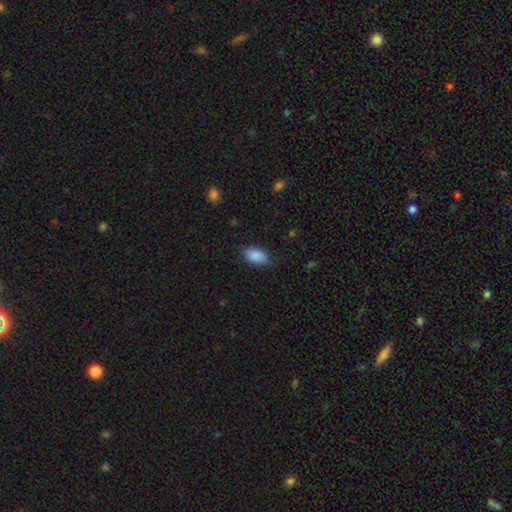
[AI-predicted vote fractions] smooth 88%, star or artifact 7%, featured or disk 5%. Down the decision tree: how rounded — in between (91%); merging — none (78%).